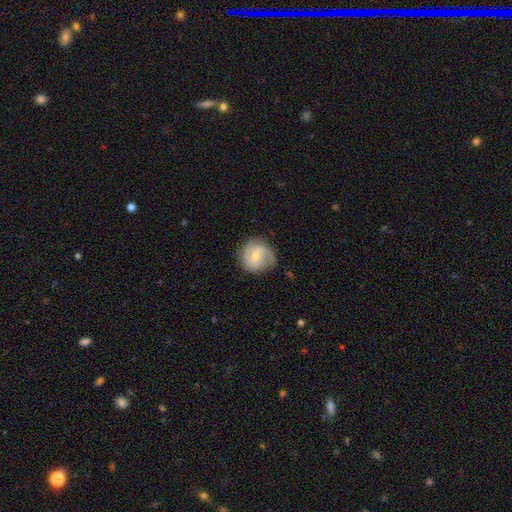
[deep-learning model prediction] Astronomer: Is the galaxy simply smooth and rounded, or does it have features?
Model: featured or disk — 62%.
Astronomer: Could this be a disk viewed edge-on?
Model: no — 98%.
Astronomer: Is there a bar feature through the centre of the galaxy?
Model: weak — 47% (runner-up: no, 43%).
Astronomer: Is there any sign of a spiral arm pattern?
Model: yes — 90%.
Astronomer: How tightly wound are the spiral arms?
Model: medium — 44% (runner-up: tight, 36%).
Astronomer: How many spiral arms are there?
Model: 2 — 62%.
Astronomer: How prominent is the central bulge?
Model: small — 50% (runner-up: moderate, 45%).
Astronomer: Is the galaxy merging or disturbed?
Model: none — 70%.